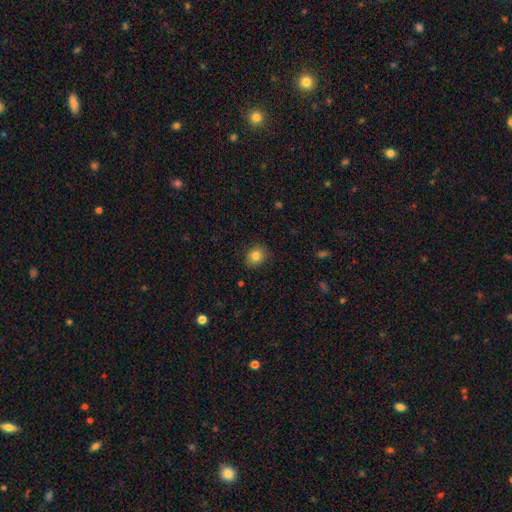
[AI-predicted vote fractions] A smooth galaxy with no disk features (83%) that is round (66%).

Vote fractions:
- Smooth or featured? smooth: 83% / star or artifact: 10% / featured or disk: 6%
- How rounded? round: 66% / in between: 34% / cigar-shaped: 1%
- Merging? none: 87% / minor disturbance: 10% / major disturbance: 2% / merger: 1%